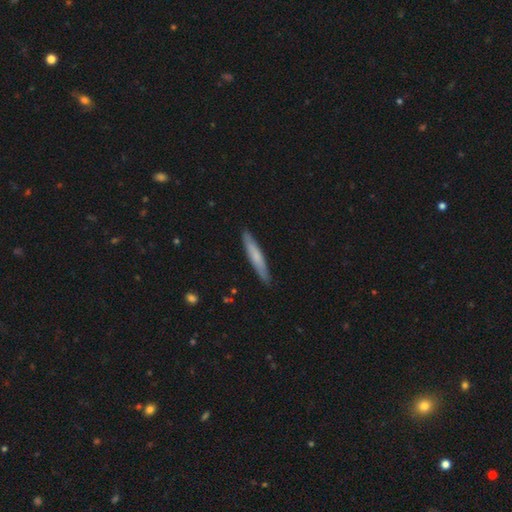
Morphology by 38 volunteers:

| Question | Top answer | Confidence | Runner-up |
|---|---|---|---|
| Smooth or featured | smooth | 71% | featured or disk (26%) |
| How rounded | cigar-shaped | 93% | round (4%) |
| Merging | none | 97% | minor disturbance (3%) |